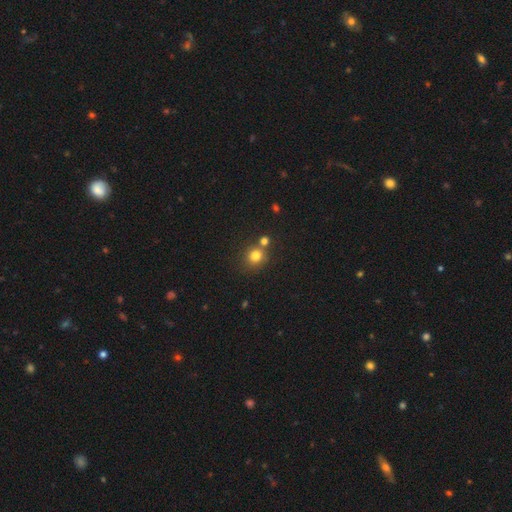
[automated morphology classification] Smooth or featured? smooth (79%)
How rounded? round (87%)
Merging? none (64%)